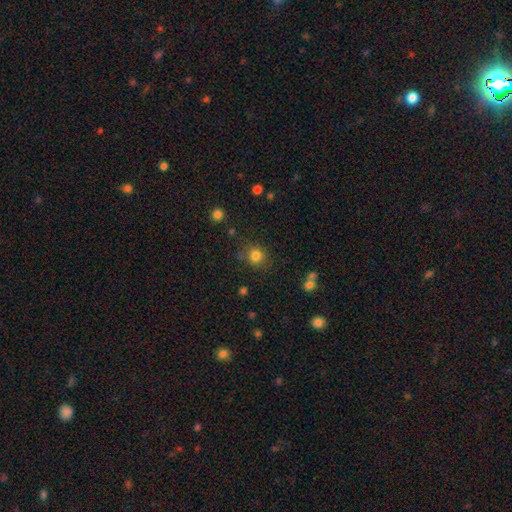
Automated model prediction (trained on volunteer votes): This is clearly a smooth galaxy (81%). How rounded: clearly round (87%). Merging: clearly none (81%).